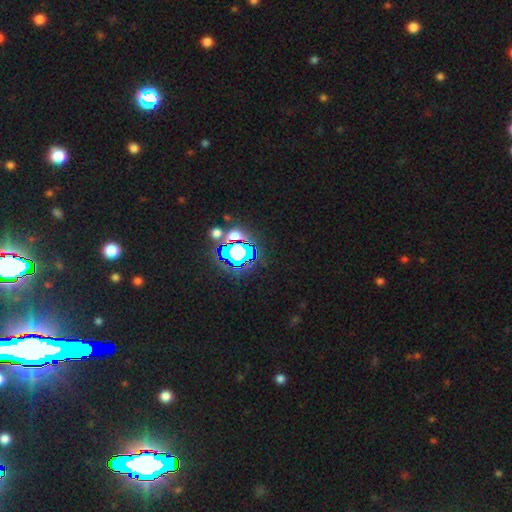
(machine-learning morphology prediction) A star or artifact, not a galaxy (83%).

Vote fractions:
- Smooth or featured? star or artifact: 83% / smooth: 9% / featured or disk: 8%